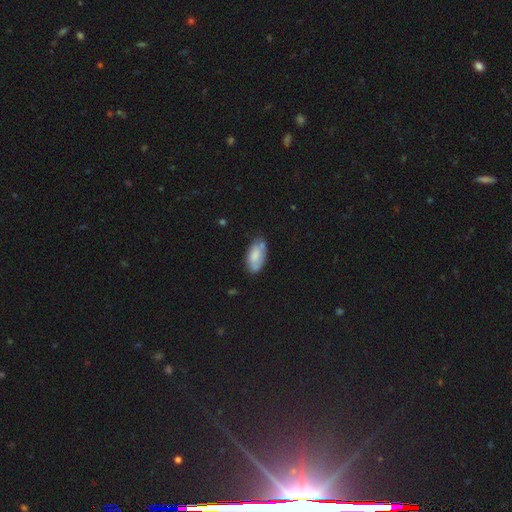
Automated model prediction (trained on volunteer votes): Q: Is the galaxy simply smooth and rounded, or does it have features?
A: smooth — 69%.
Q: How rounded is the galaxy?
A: in between — 93%.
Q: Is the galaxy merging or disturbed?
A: none — 61%.